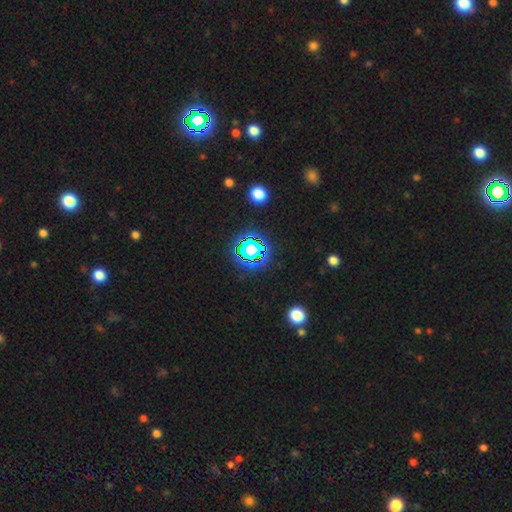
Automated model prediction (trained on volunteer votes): Overall: star or artifact (78%).